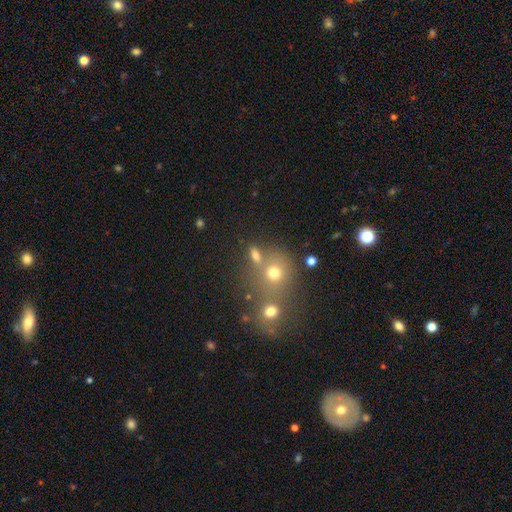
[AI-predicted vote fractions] Smooth or featured? Predicted: smooth (p=0.69). How rounded? Predicted: in between (p=0.49). Merging? Predicted: none (p=0.58).